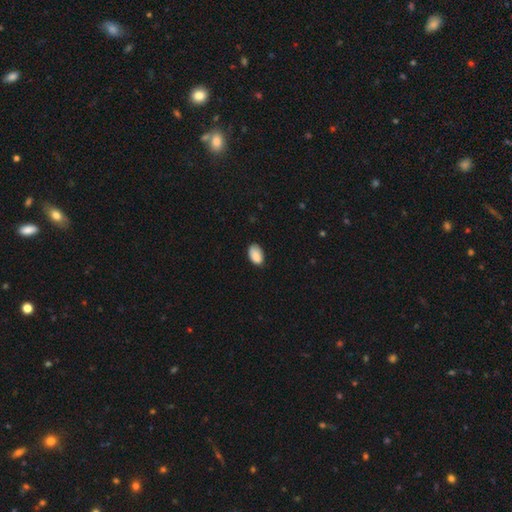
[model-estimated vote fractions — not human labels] smooth-or-featured: smooth: 88% | star or artifact: 7% | featured or disk: 5%
  how-rounded: in between: 92% | round: 7% | cigar-shaped: 1%
  merging: none: 74% | minor disturbance: 22% | major disturbance: 3% | merger: 1%